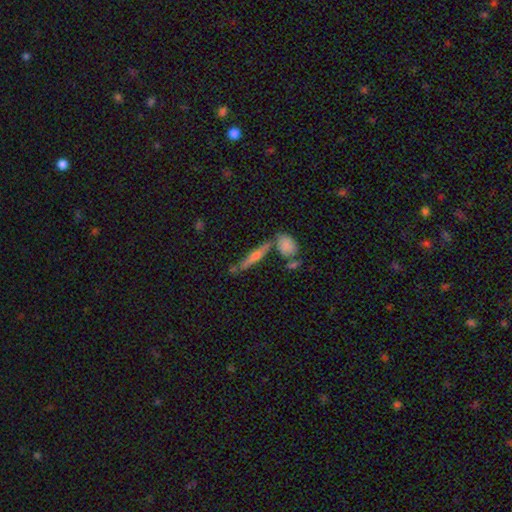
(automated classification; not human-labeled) smooth_or_featured: featured or disk (p=0.58) [alt: smooth p=0.31]
disk_edge_on: yes (p=0.94) [alt: no p=0.06]
edge_on_bulge: rounded (p=0.81) [alt: none p=0.11]
merging: none (p=0.71) [alt: merger p=0.14]